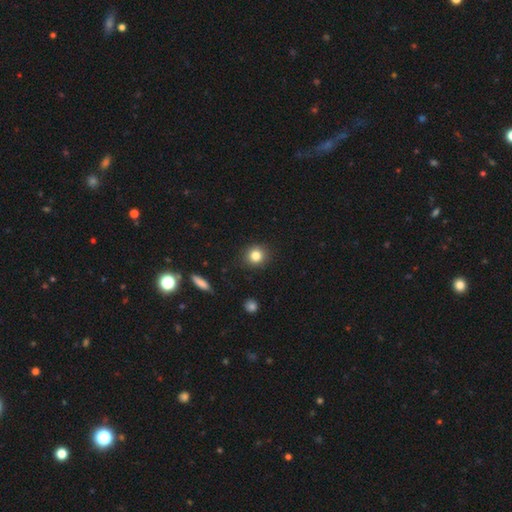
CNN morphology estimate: Smooth or featured? smooth (83%)
How rounded? round (88%)
Merging? none (90%)